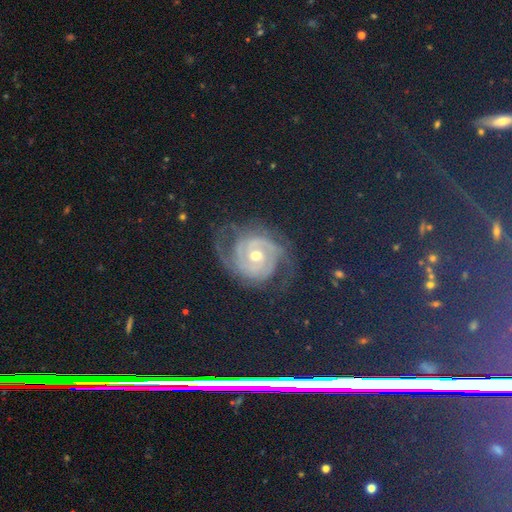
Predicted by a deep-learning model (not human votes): The model was most divided on "spiral winding": tight: 54%, medium: 33%, loose: 13%. Remaining: edge-on disk — no (97%); spiral arms — yes (93%); smooth or featured — featured or disk (71%); merging — none (69%); bar — no (68%); bulge size — moderate (66%); spiral arm count — 2 (50%).